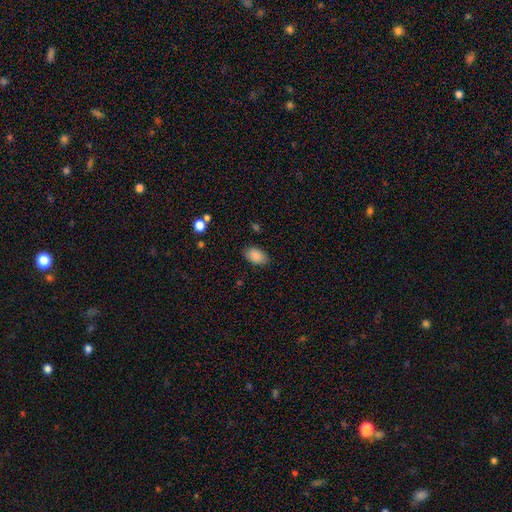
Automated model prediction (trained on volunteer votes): Smooth or featured?
  - smooth: 88% *
  - star or artifact: 7%
  - featured or disk: 5%
How rounded?
  - in between: 92% *
  - round: 7%
  - cigar-shaped: 1%
Merging?
  - none: 83% *
  - minor disturbance: 12%
  - major disturbance: 3%
  - merger: 1%